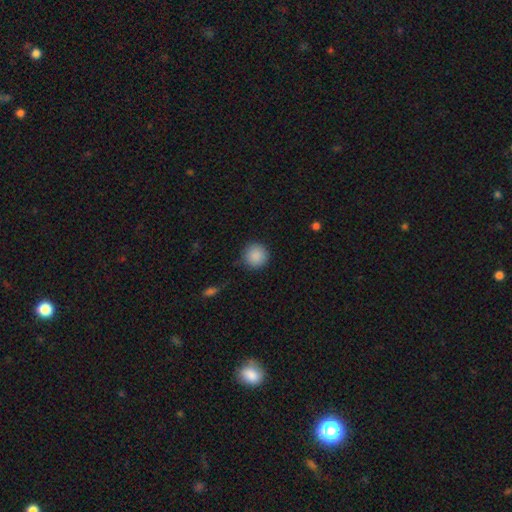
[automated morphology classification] Smooth or featured: smooth — 89% (star or artifact — 8%)
How rounded: round — 95% (in between — 4%)
Merging: none — 88% (minor disturbance — 8%)